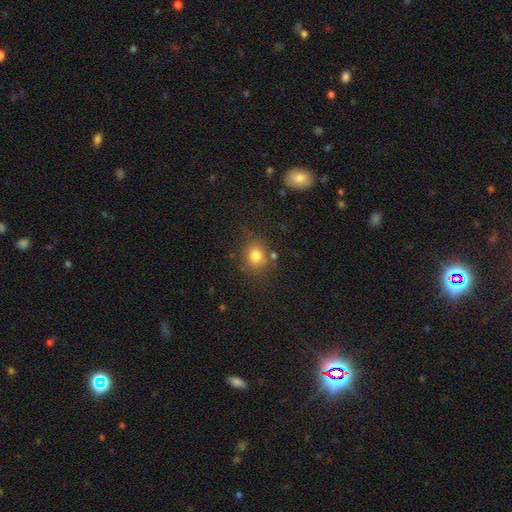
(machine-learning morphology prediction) This appears to be a smooth galaxy with no disk features (79%) that is round (73%). Merging: none (74%).